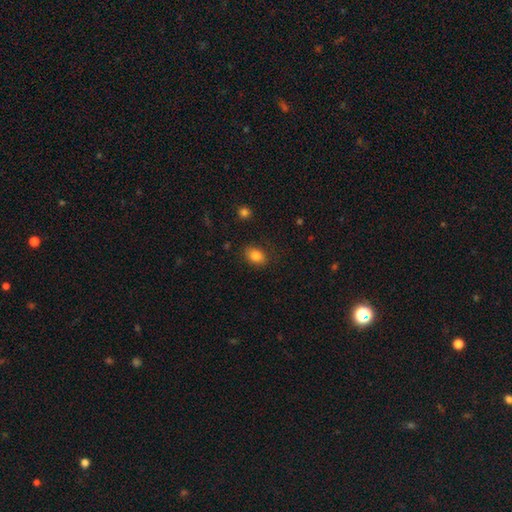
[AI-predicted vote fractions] Q: Smooth or featured?
A: smooth (83%); runner-up: star or artifact (9%)
Q: How rounded?
A: in between (71%); runner-up: round (28%)
Q: Merging?
A: none (84%); runner-up: minor disturbance (11%)